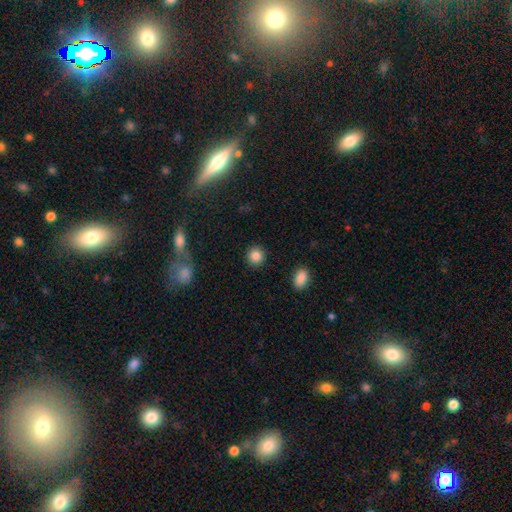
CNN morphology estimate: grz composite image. It shows a smooth galaxy with no disk features (86%) that is round (90%). Merging: none (90%).